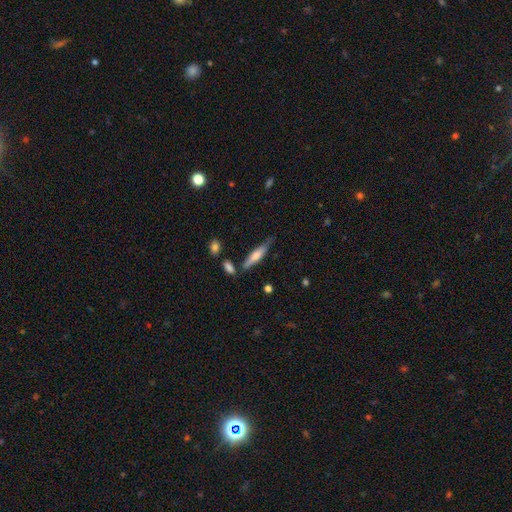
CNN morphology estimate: Smooth or featured? smooth (56%)
How rounded? cigar-shaped (79%)
Merging? none (68%)